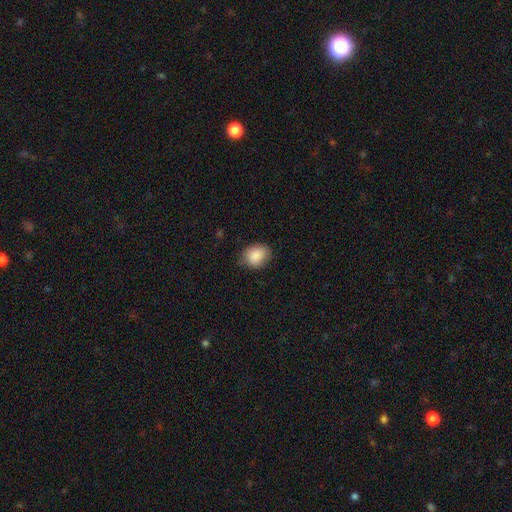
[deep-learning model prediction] smooth_or_featured: smooth (p=0.88) [alt: star or artifact p=0.07]
how_rounded: in between (p=0.55) [alt: round p=0.45]
merging: none (p=0.75) [alt: minor disturbance p=0.20]